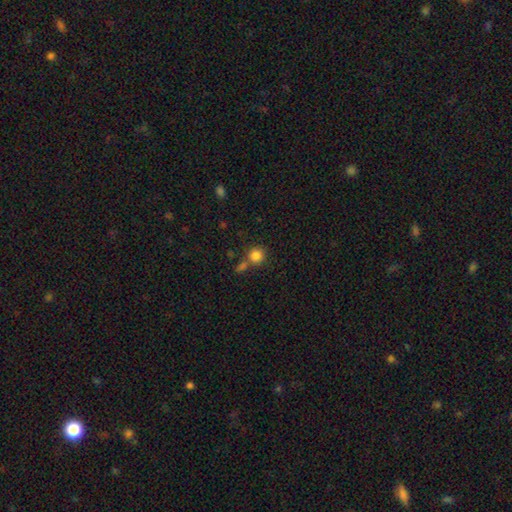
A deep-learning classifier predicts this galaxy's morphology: Overall: smooth (84%). How rounded: round (91%). Merging: none (64%).